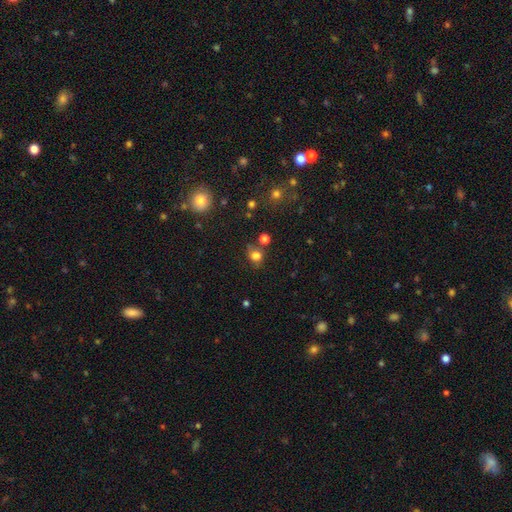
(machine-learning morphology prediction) type=smooth (75%); roundness=round (66%); merging=none (57%).